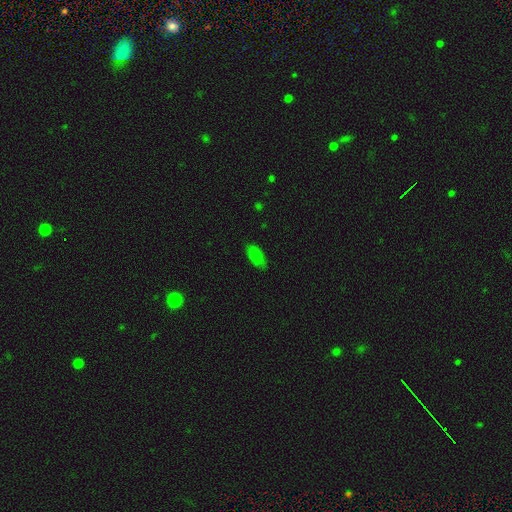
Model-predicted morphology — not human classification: smooth 81%, star or artifact 11%, featured or disk 8%. Down the decision tree: how rounded — in between (90%); merging — none (80%).